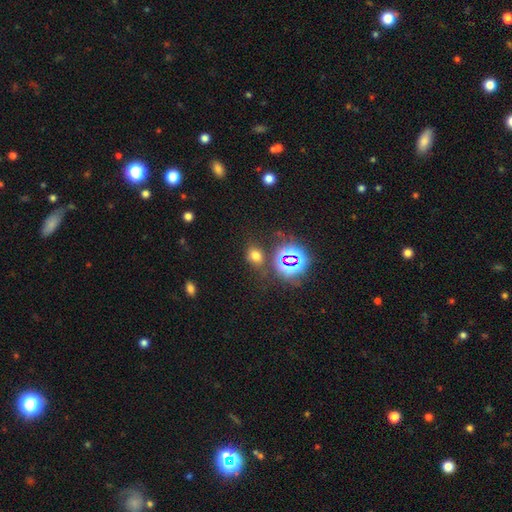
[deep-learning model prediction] A smooth galaxy with no disk features (59%) that is in between round and cigar-shaped (55%). Merging: none (75%).